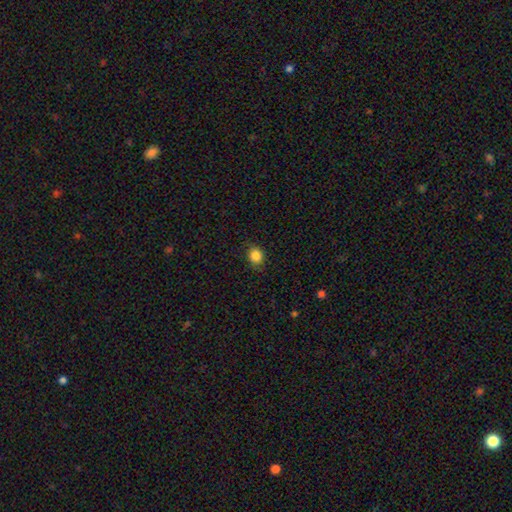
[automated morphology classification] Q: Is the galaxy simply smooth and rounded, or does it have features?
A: smooth — 86%.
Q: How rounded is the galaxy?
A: round — 63%.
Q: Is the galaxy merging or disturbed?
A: none — 83%.